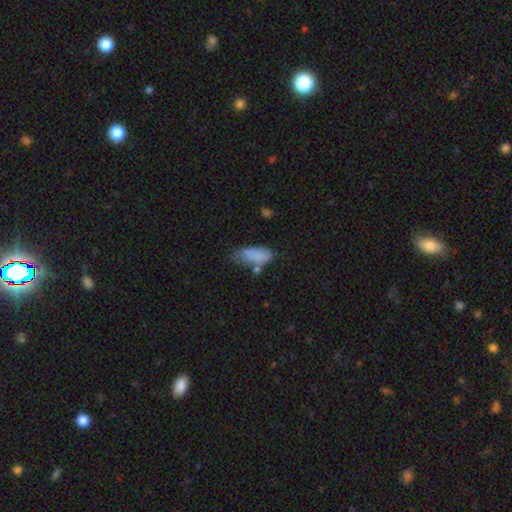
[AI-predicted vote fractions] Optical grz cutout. It shows a smooth galaxy with no disk features (82%) that is in between round and cigar-shaped (83%). Merging: none (40%).